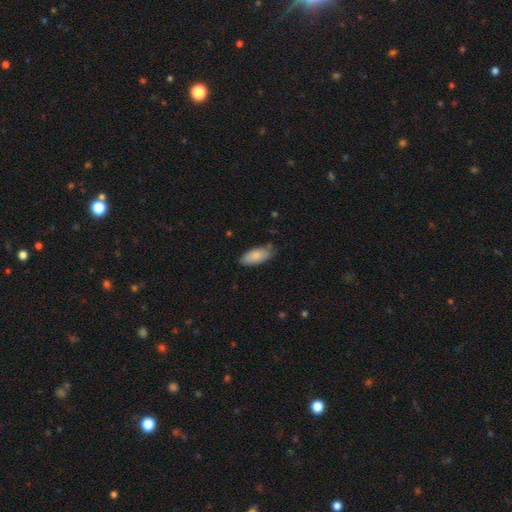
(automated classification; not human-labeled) A smooth galaxy with no disk features (84%) that is in between round and cigar-shaped (87%).

Vote fractions:
- Smooth or featured? smooth: 84% / featured or disk: 10% / star or artifact: 6%
- How rounded? in between: 87% / cigar-shaped: 11% / round: 2%
- Merging? none: 74% / minor disturbance: 20% / major disturbance: 3% / merger: 2%